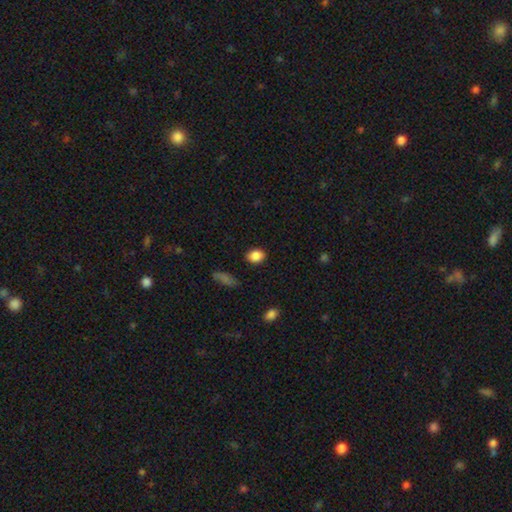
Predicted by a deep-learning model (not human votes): The model was most divided on "how rounded": in between: 62%, round: 37%, cigar-shaped: 1%. More confident: merging — none (87%); smooth or featured — smooth (87%).